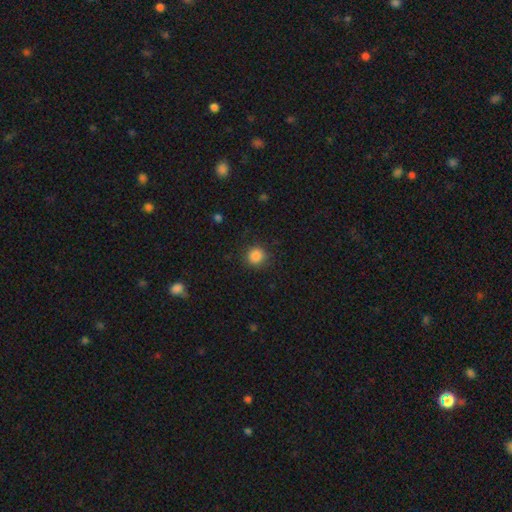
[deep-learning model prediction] Smooth or featured? Predicted: smooth (p=0.86). How rounded? Predicted: round (p=0.92). Merging? Predicted: none (p=0.87).